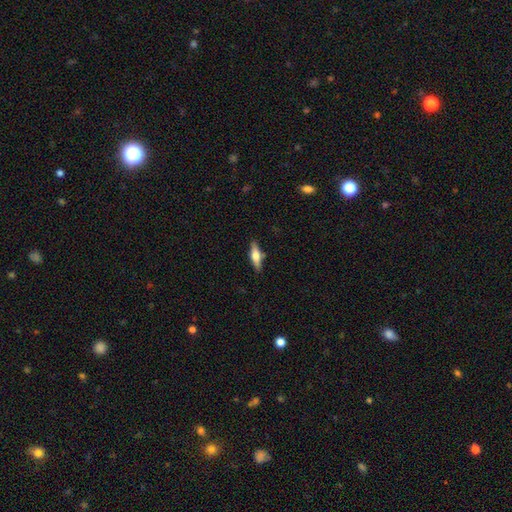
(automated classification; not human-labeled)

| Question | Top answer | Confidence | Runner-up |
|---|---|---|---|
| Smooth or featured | smooth | 50% | featured or disk (43%) |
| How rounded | cigar-shaped | 56% | in between (41%) |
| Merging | none | 84% | minor disturbance (11%) |